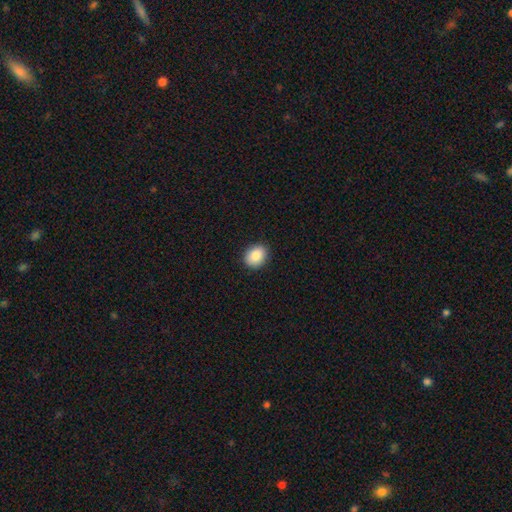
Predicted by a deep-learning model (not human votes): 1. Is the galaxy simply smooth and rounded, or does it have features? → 88% smooth, 8% star or artifact, 4% featured or disk.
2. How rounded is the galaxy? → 50% in between, 49% round, 1% cigar-shaped.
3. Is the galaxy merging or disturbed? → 89% none, 8% minor disturbance, 2% major disturbance, 1% merger.